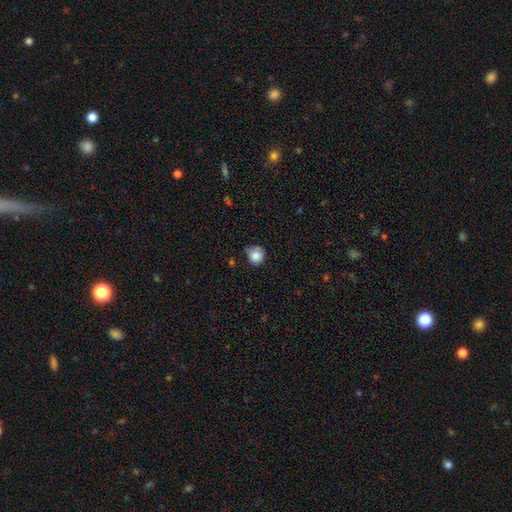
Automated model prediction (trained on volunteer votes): Overall: smooth (83%). How rounded: round (85%). Merging: none (55%; minor disturbance 35%).